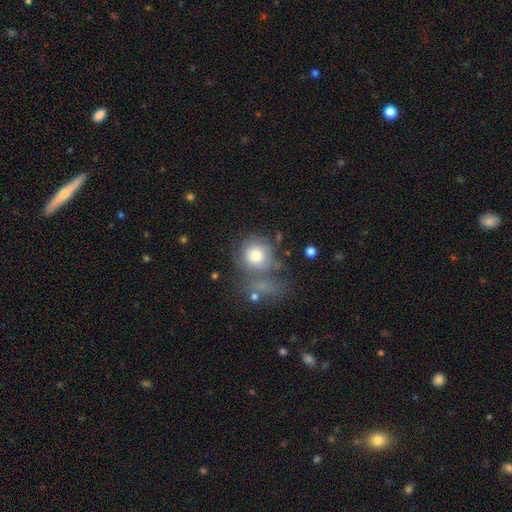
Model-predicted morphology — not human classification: smooth-or-featured: smooth: 70% | featured or disk: 21% | star or artifact: 9%
  how-rounded: round: 86% | in between: 13% | cigar-shaped: 1%
  merging: none: 39% | major disturbance: 21% | merger: 20% | minor disturbance: 19%